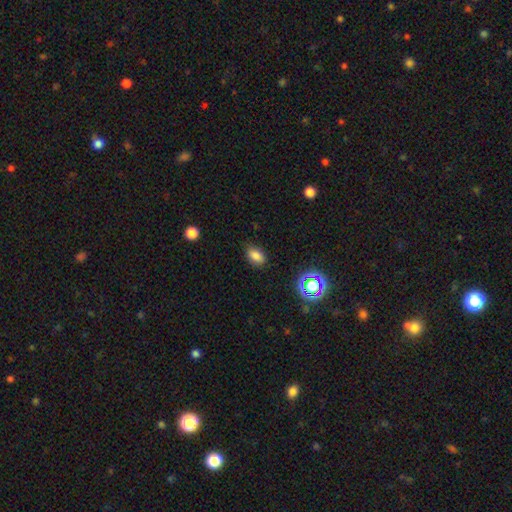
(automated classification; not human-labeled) Smooth or featured?
  - smooth: 81% *
  - star or artifact: 14%
  - featured or disk: 6%
How rounded?
  - in between: 84% *
  - round: 14%
  - cigar-shaped: 2%
Merging?
  - none: 84% *
  - minor disturbance: 12%
  - major disturbance: 3%
  - merger: 1%